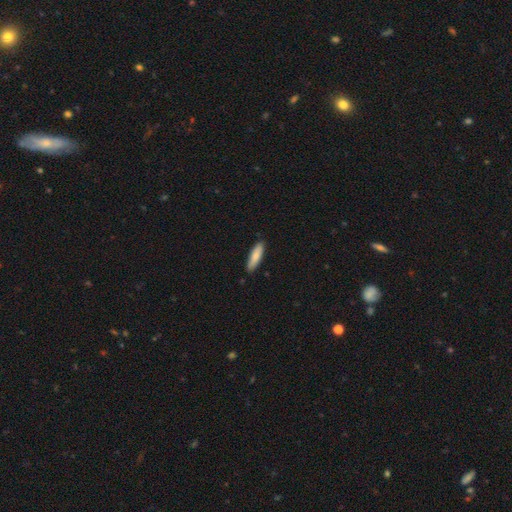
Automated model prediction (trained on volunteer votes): smooth_or_featured: smooth (p=0.83) [alt: featured or disk p=0.11]
how_rounded: cigar-shaped (p=0.67) [alt: in between p=0.32]
merging: none (p=0.87) [alt: minor disturbance p=0.10]